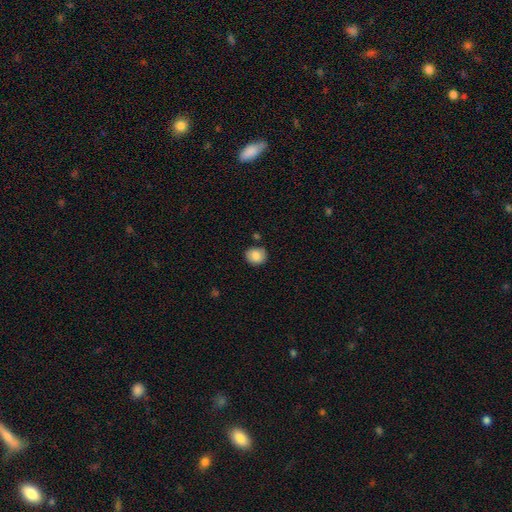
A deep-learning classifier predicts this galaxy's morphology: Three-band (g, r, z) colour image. It shows a smooth galaxy with no disk features (85%) that is round (78%). Merging: none (83%).